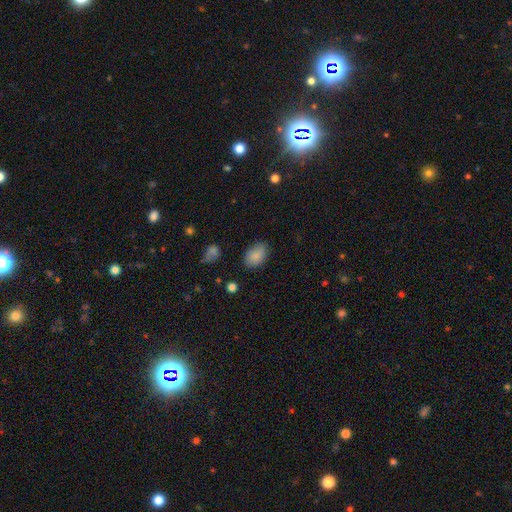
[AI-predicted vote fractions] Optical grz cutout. It shows a smooth galaxy with no disk features (84%) that is in between round and cigar-shaped (85%). Merging: none (75%).